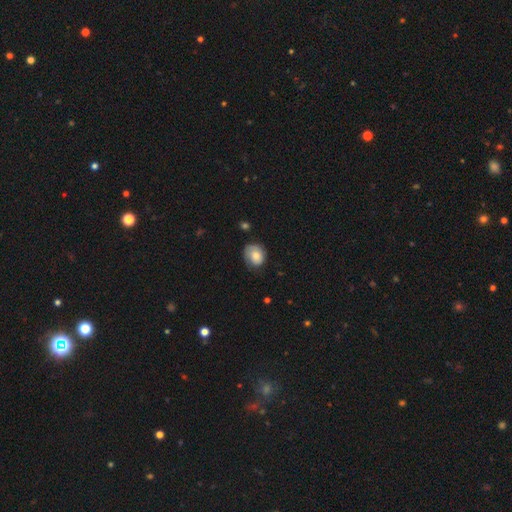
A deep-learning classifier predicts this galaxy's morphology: Overall: smooth (64%; featured or disk 28%). How rounded: round (64%; in between 35%). Merging: none (62%; minor disturbance 27%).